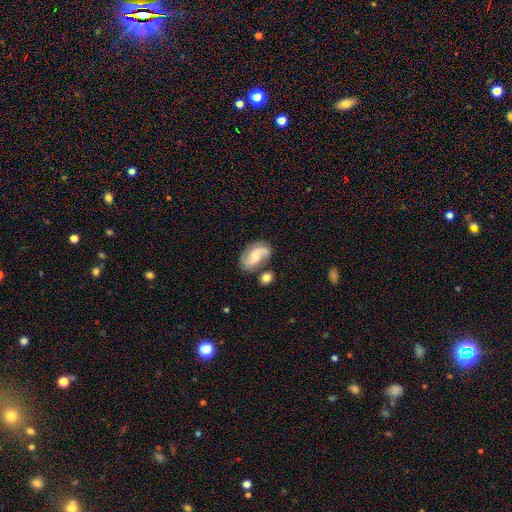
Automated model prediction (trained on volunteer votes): Smooth or featured?
  - featured or disk: 71% *
  - smooth: 22%
  - star or artifact: 7%
Edge-on disk?
  - no: 97% *
  - yes: 3%
Bar?
  - no: 53% *
  - weak: 38%
  - strong: 9%
Spiral arms?
  - yes: 94% *
  - no: 6%
Spiral winding?
  - loose: 44% *
  - medium: 41%
  - tight: 15%
Spiral arm count?
  - 2: 85% *
  - can't tell: 5%
  - 1: 4%
  - 3: 4%
  - 4: 1%
  - more than 4: 1%
Bulge size?
  - moderate: 43% *
  - small: 42%
  - none: 8%
  - large: 5%
  - dominant: 2%
Merging?
  - none: 63% *
  - minor disturbance: 18%
  - merger: 13%
  - major disturbance: 6%